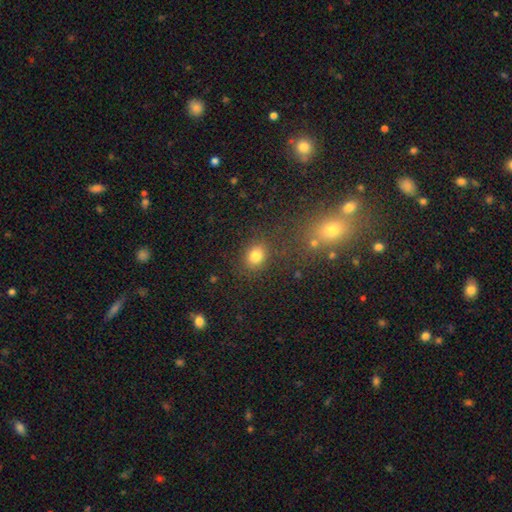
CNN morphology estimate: The model was most divided on "how rounded": round: 58%, in between: 40%, cigar-shaped: 1%. More confident: merging — none (80%); smooth or featured — smooth (80%).